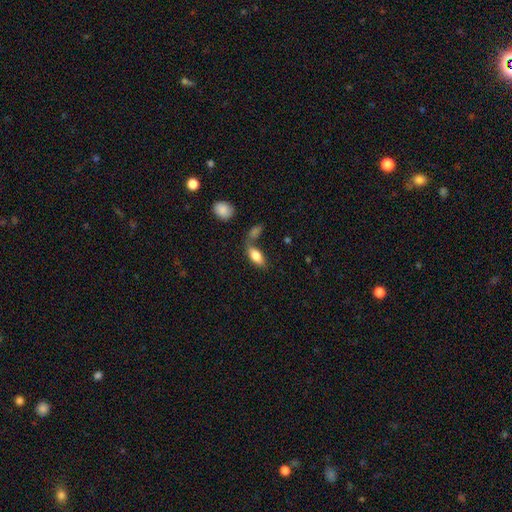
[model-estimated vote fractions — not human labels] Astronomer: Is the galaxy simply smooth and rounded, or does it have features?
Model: smooth — 78%.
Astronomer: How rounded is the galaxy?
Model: in between — 86%.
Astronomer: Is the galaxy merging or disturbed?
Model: none — 51%.